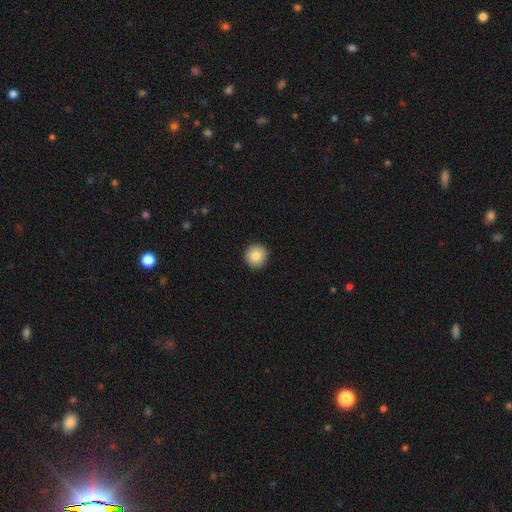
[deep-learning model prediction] This appears to be a smooth galaxy with no disk features (82%) that is round (95%). Merging: none (93%).